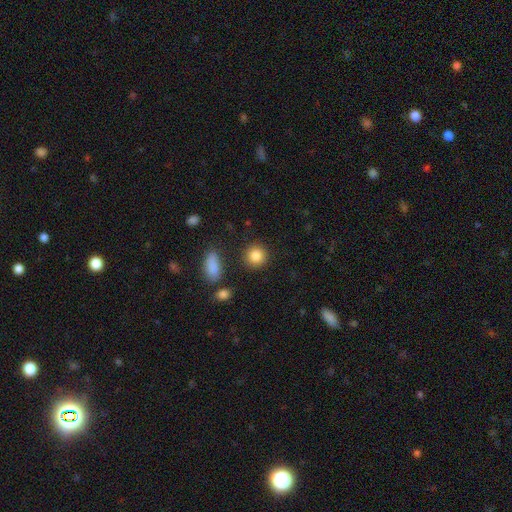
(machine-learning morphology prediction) The model was most divided on "smooth or featured": smooth: 85%, star or artifact: 9%, featured or disk: 6%. More confident: how rounded — round (89%); merging — none (87%).